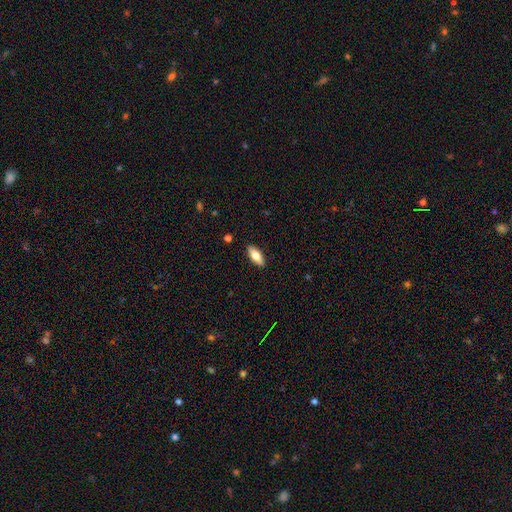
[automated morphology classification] The model was most divided on "smooth or featured": smooth: 69%, featured or disk: 25%, star or artifact: 6%. More confident: merging — none (89%); how rounded — in between (74%).